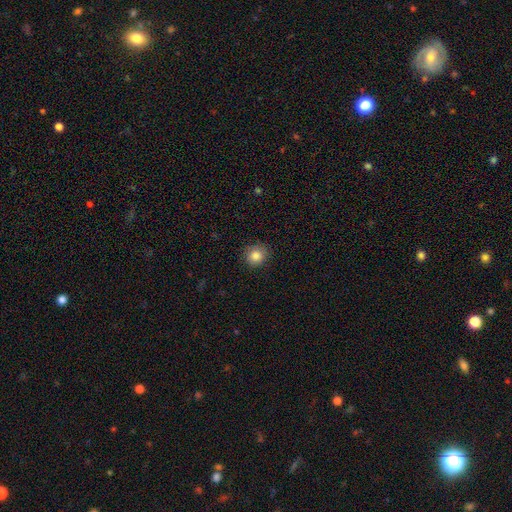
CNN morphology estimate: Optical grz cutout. It shows a smooth galaxy with no disk features (85%) that is round (88%). Merging: none (86%).